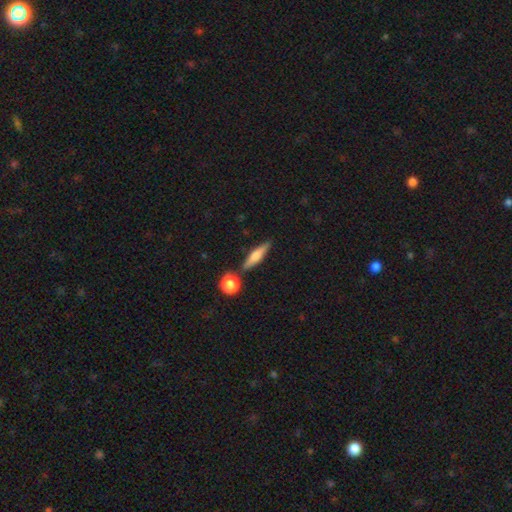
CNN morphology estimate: Overall: featured or disk (48%; smooth 45%). Merging: none (78%).